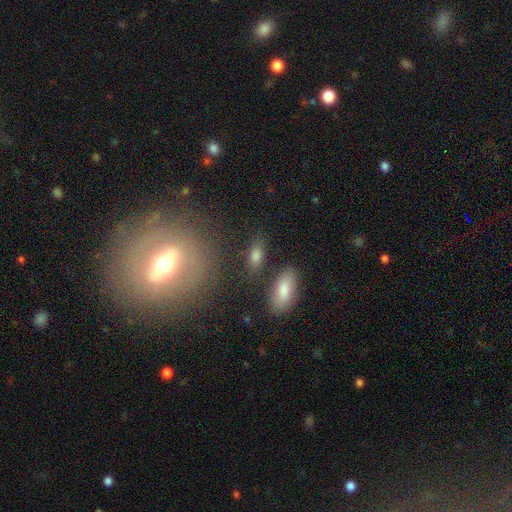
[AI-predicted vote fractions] smooth_or_featured: smooth (p=0.80) [alt: star or artifact p=0.10]
how_rounded: in between (p=0.82) [alt: cigar-shaped p=0.12]
merging: none (p=0.77) [alt: minor disturbance p=0.12]